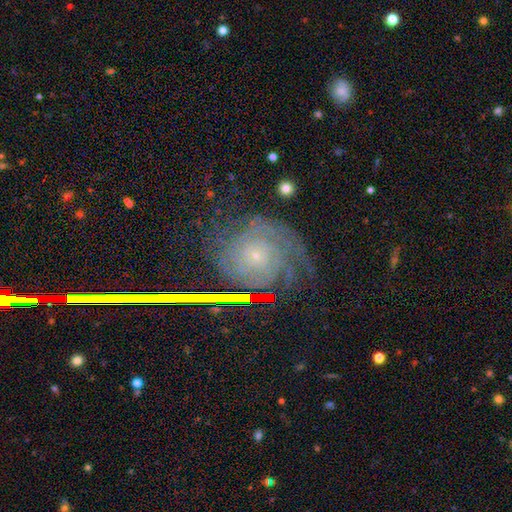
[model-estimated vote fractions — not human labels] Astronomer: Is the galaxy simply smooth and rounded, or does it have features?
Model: featured or disk — 81%.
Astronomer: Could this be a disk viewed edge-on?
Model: no — 96%.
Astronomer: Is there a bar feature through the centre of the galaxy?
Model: no — 79%.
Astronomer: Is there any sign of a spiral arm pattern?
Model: yes — 96%.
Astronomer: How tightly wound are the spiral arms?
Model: tight — 69%.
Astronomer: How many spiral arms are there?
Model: can't tell — 29% (runner-up: 2, 22%).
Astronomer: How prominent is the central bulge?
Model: small — 82%.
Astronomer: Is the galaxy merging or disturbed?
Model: none — 69%.